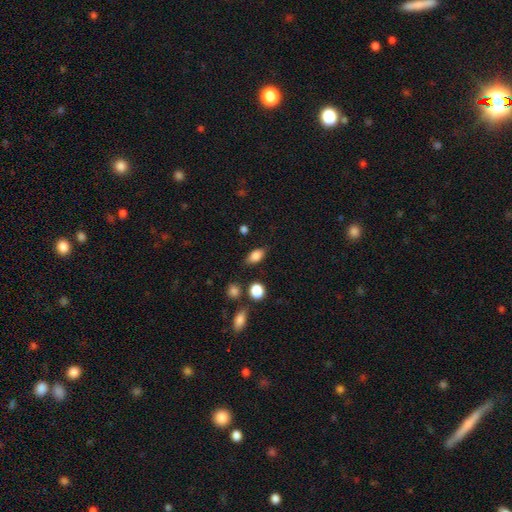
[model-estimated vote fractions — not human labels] This is clearly a smooth galaxy (83%). How rounded: clearly in between (86%). Merging: likely none (79%).